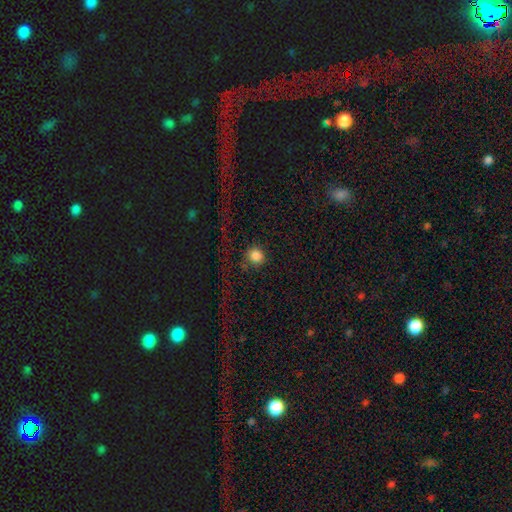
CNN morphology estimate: Smooth or featured? smooth (84%)
How rounded? round (87%)
Merging? none (78%)